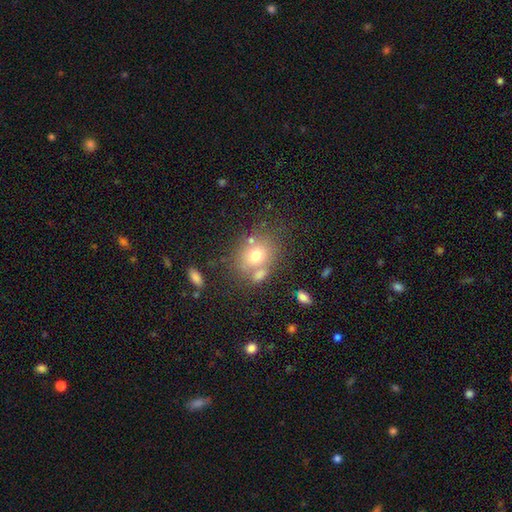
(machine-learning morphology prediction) Overall: smooth (69%). How rounded: round (59%; in between 40%). Merging: none (58%; merger 22%).